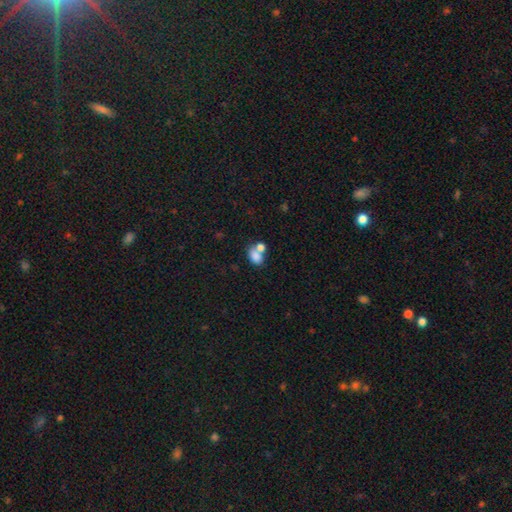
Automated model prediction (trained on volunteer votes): A smooth galaxy with no disk features (79%) that is in between round and cigar-shaped (77%). Merging: merger (54%).